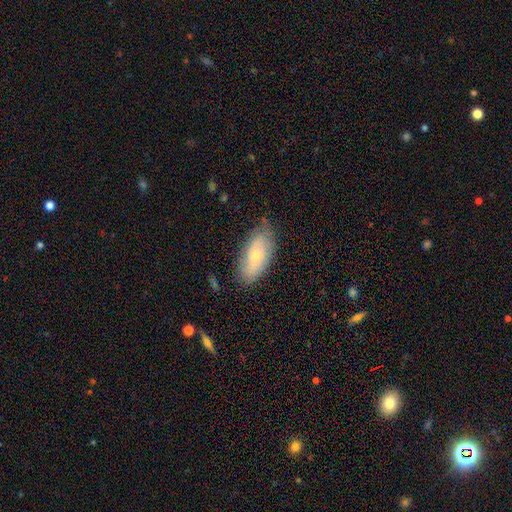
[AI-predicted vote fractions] Smooth or featured? Predicted: smooth (p=0.58). How rounded? Predicted: in between (p=0.89). Merging? Predicted: none (p=0.72).